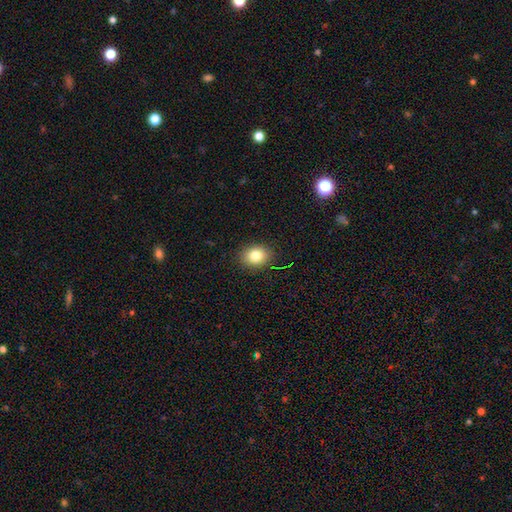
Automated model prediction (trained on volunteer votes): Overall: smooth (81%). How rounded: in between (50%; round 49%). Merging: none (89%).